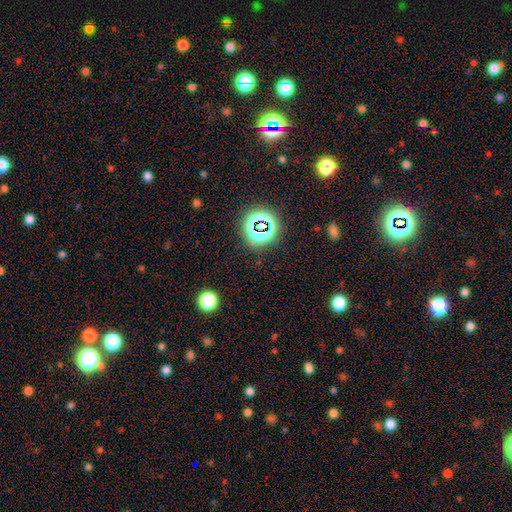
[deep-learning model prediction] Overall: star or artifact (78%).